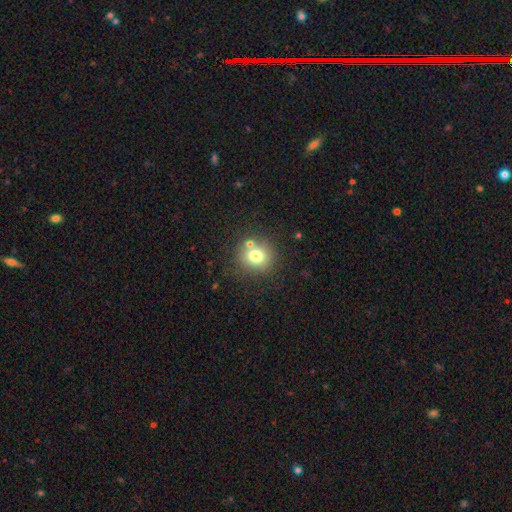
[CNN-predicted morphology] This is likely a smooth galaxy (74%). How rounded: clearly round (86%). Merging: likely none (72%).